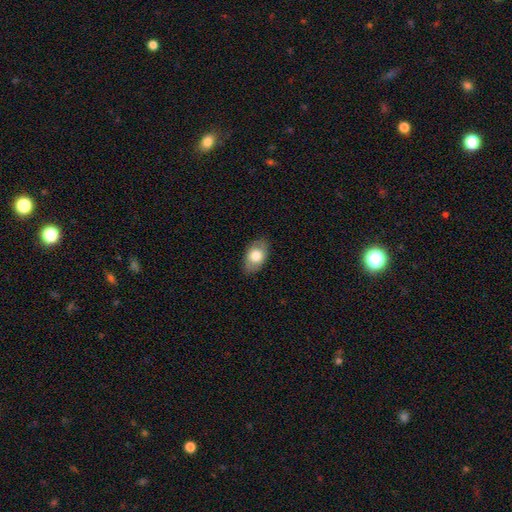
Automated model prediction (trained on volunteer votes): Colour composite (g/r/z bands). It shows a smooth galaxy with no disk features (73%) that is in between round and cigar-shaped (90%). Merging: none (84%).